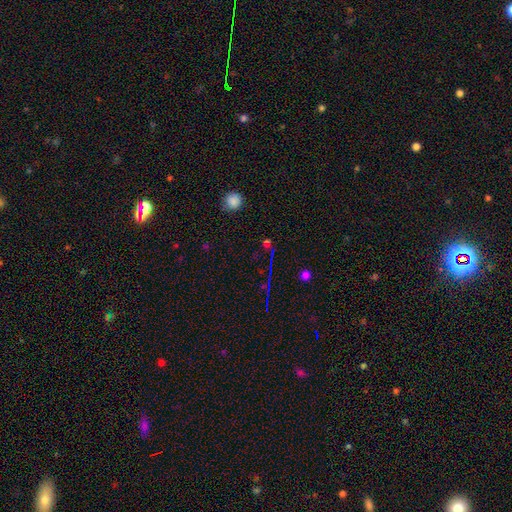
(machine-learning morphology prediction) smooth_or_featured: star or artifact (p=0.60) [alt: smooth p=0.28]